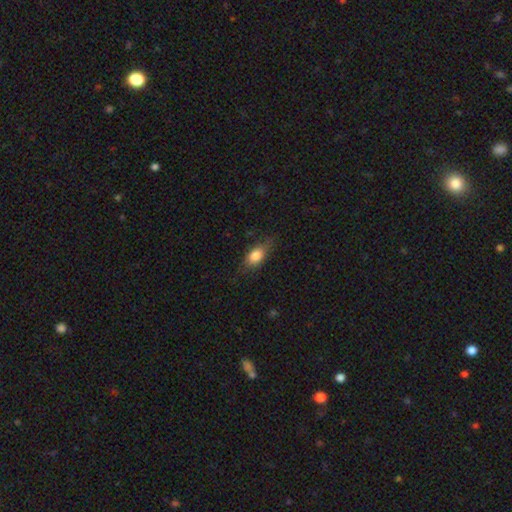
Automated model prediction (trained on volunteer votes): The model was most divided on "merging": none: 72%, minor disturbance: 21%, major disturbance: 6%, merger: 1%. More confident: how rounded — in between (82%); smooth or featured — smooth (79%).